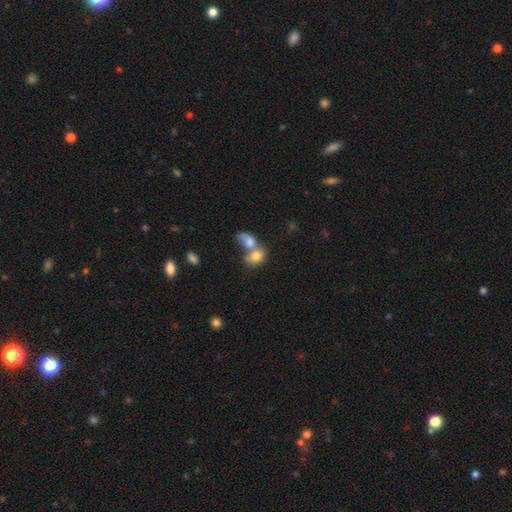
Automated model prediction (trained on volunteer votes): smooth_or_featured: smooth (p=0.75) [alt: featured or disk p=0.16]
how_rounded: in between (p=0.64) [alt: round p=0.35]
merging: merger (p=0.67) [alt: none p=0.20]